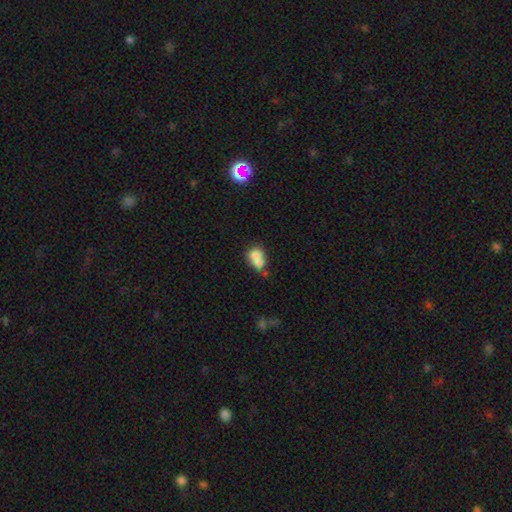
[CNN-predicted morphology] Smooth or featured? Predicted: smooth (p=0.70). How rounded? Predicted: round (p=0.56). Merging? Predicted: merger (p=0.63).